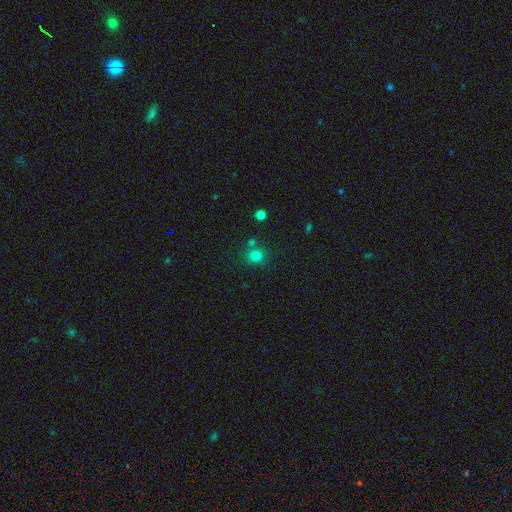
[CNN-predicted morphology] smooth 77%, star or artifact 16%, featured or disk 6%. Down the decision tree: how rounded — round (86%); merging — none (73%).